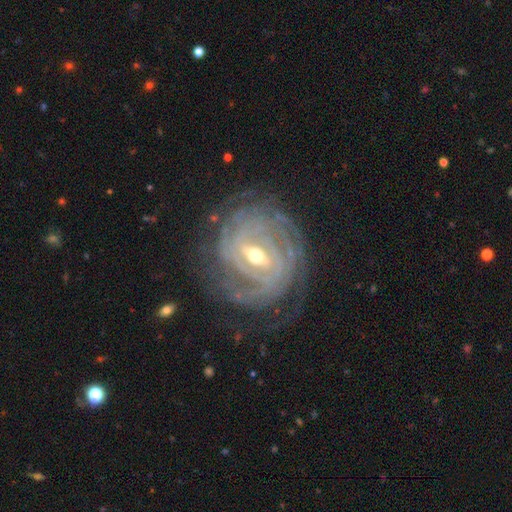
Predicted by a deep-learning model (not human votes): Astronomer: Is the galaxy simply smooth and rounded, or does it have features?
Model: featured or disk — 91%.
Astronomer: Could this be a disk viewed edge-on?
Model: no — 96%.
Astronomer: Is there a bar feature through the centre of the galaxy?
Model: strong — 48% (runner-up: weak, 41%).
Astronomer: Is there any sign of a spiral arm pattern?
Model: yes — 97%.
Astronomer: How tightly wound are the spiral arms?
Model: tight — 84%.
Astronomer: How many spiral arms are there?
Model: can't tell — 30% (runner-up: 4, 22%).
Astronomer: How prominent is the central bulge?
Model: moderate — 58% (runner-up: small, 38%).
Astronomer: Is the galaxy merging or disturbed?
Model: none — 77%.